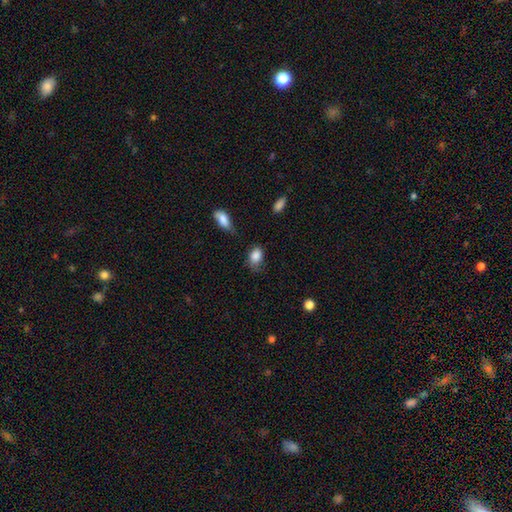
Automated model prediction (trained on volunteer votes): This is clearly a smooth galaxy (86%). How rounded: likely in between (78%). Merging: possibly none (55%).